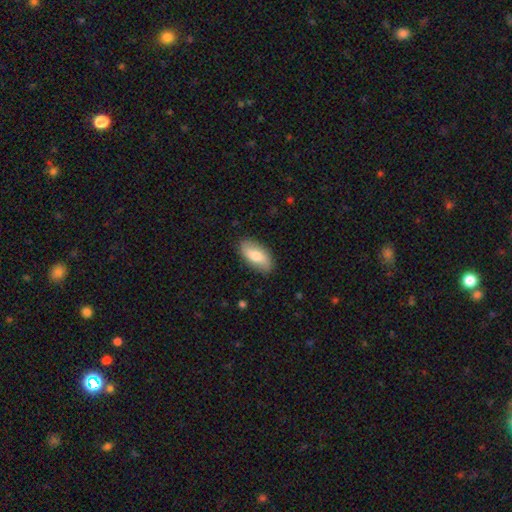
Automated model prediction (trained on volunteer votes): Overall: smooth (69%). How rounded: in between (91%). Merging: none (85%).